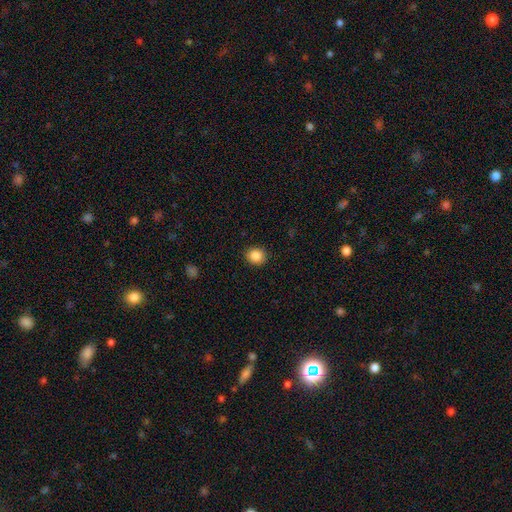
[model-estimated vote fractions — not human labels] This is clearly a smooth galaxy (87%). How rounded: clearly round (80%). Merging: clearly none (91%).